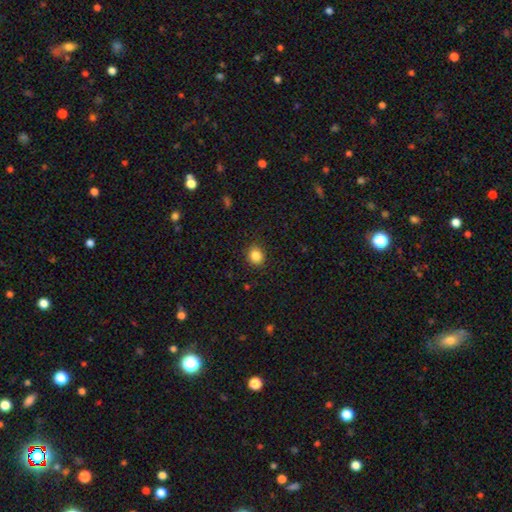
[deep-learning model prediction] A smooth galaxy with no disk features (85%) that is round (75%). Merging: none (89%).